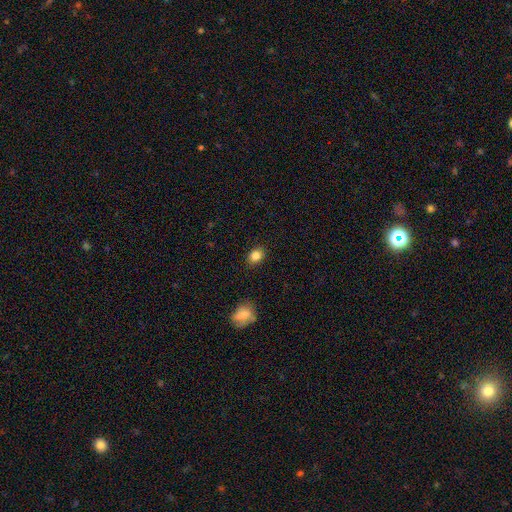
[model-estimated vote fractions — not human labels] smooth-or-featured: smooth: 84% | star or artifact: 10% | featured or disk: 6%
  how-rounded: in between: 49% (tied) | round: 49% (tied) | cigar-shaped: 1%
  merging: none: 87% | minor disturbance: 9% | major disturbance: 2% | merger: 1%